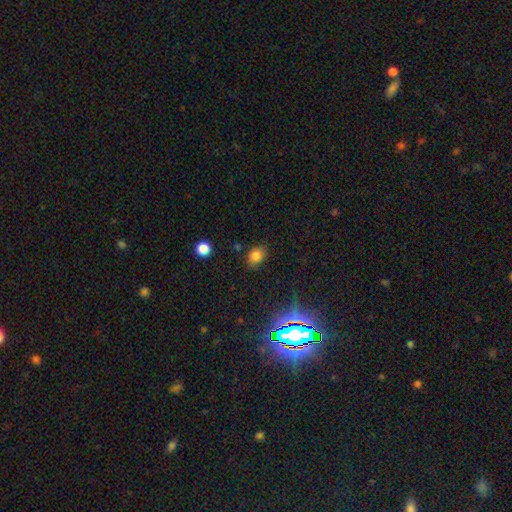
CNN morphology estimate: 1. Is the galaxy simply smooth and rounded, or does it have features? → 79% smooth, 15% star or artifact, 6% featured or disk.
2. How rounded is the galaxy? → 69% in between, 30% round, 1% cigar-shaped.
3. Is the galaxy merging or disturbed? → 79% none, 15% minor disturbance, 4% major disturbance, 3% merger.